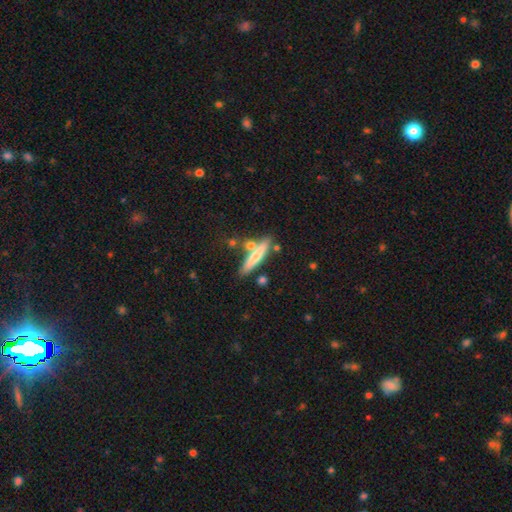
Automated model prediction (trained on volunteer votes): Morphology: type=smooth (59%); roundness=cigar-shaped (87%); merging=none (69%).